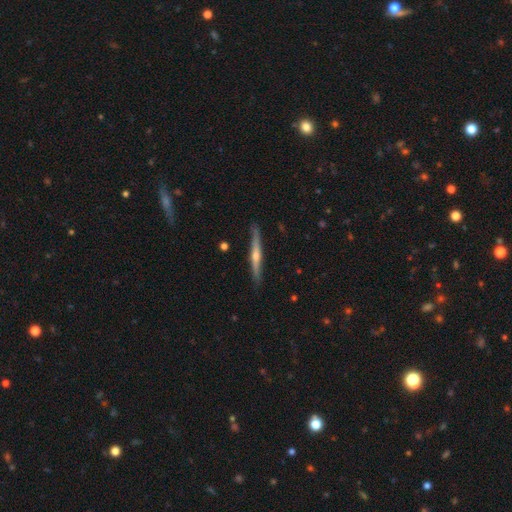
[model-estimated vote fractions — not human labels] This is likely a featured or disk galaxy (75%). It is clearly viewed edge-on (98%). Edge-on bulge: clearly rounded (85%). Merging: clearly none (90%).